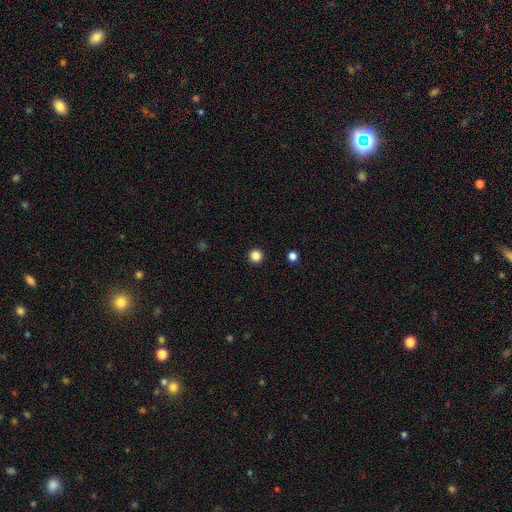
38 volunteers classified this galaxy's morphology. Smooth or featured? smooth (95%)
How rounded? round (97%)
Merging? none (92%)